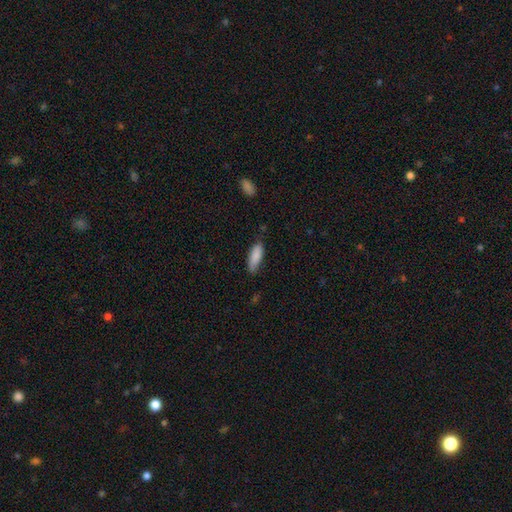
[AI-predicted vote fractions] Smooth or featured? smooth (87%)
How rounded? in between (60%)
Merging? none (69%)